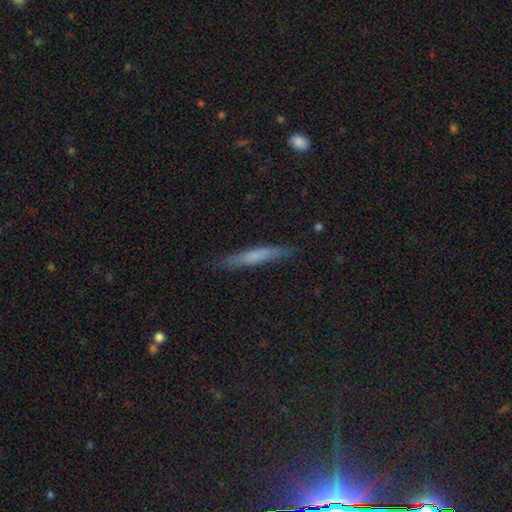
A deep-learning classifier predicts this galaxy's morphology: type=smooth (63%); roundness=cigar-shaped (94%); merging=none (86%).